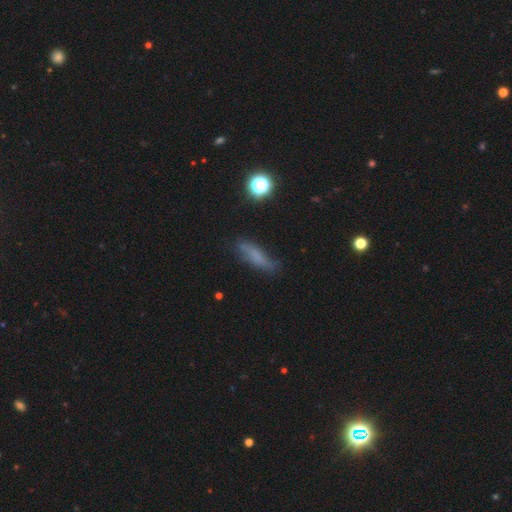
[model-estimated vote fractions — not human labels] smooth-or-featured: smooth: 61% | featured or disk: 25% | star or artifact: 14%
  how-rounded: cigar-shaped: 62% | in between: 34% | round: 4%
  merging: none: 65% | minor disturbance: 24% | major disturbance: 8% | merger: 3%